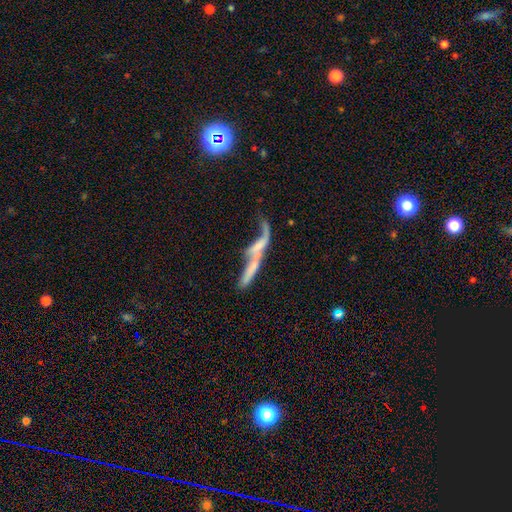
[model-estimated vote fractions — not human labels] Morphology: type=featured or disk (55%); edge-on=yes (77%); merging=none (42%).